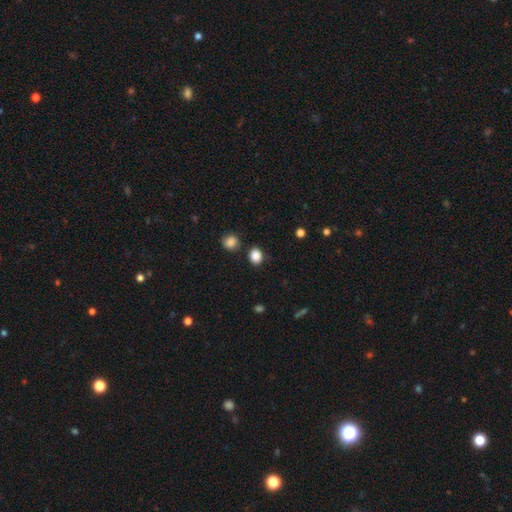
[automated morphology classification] This is clearly a smooth galaxy (86%). How rounded: possibly round (52%). Merging: clearly none (80%).